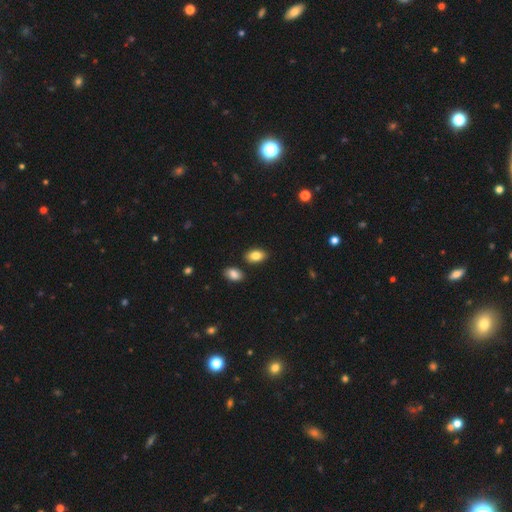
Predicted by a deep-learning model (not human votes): This is clearly a smooth galaxy (84%). How rounded: clearly in between (88%). Merging: clearly none (84%).